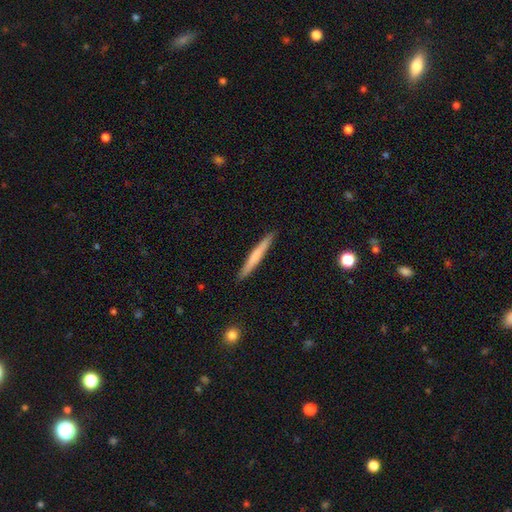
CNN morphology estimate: type=smooth (63%); roundness=cigar-shaped (97%); merging=none (91%).